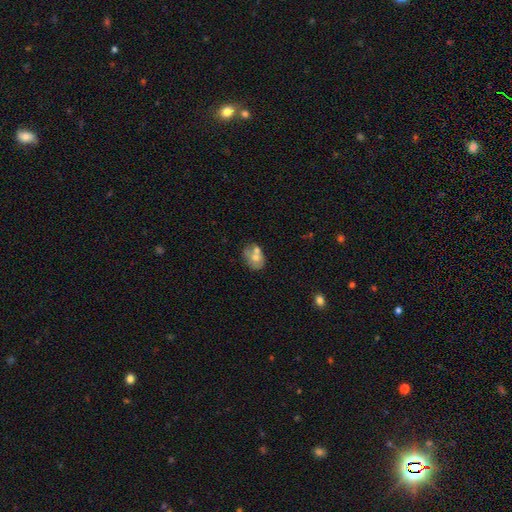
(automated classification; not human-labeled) Smooth or featured? Predicted: smooth (p=0.58). How rounded? Predicted: in between (p=0.64). Merging? Predicted: merger (p=0.38).